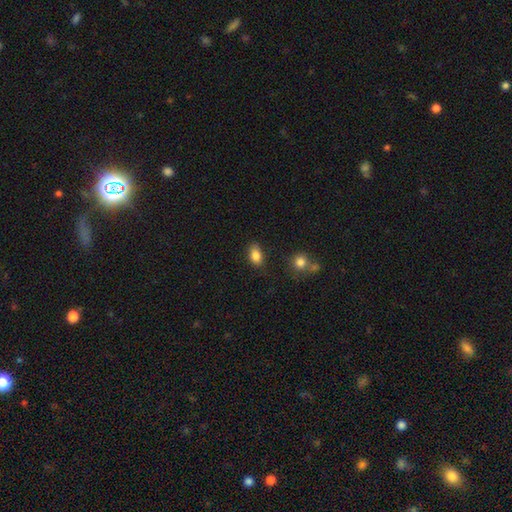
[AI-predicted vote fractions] Overall: smooth (84%). How rounded: in between (87%). Merging: none (76%).